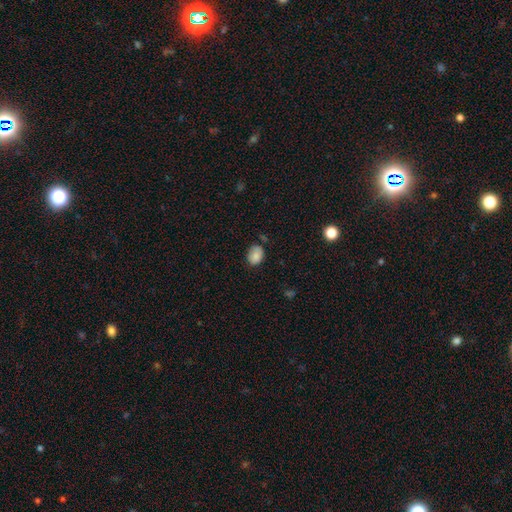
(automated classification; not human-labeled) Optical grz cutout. It shows a smooth galaxy with no disk features (83%) that is in between round and cigar-shaped (67%). Merging: none (63%).